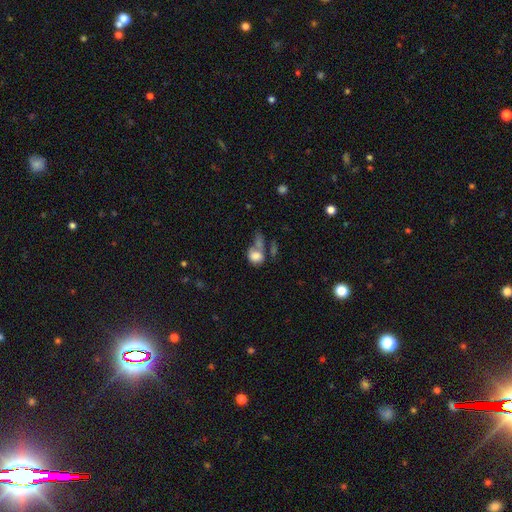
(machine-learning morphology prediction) This is likely a smooth galaxy (78%). How rounded: possibly in between (53%). Merging: marginally merger (43%).